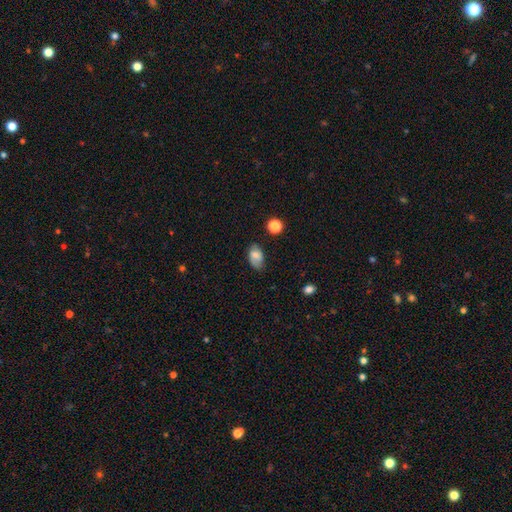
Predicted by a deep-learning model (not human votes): smooth 73%, featured or disk 17%, star or artifact 10%. Down the decision tree: how rounded — in between (89%); merging — none (62%).